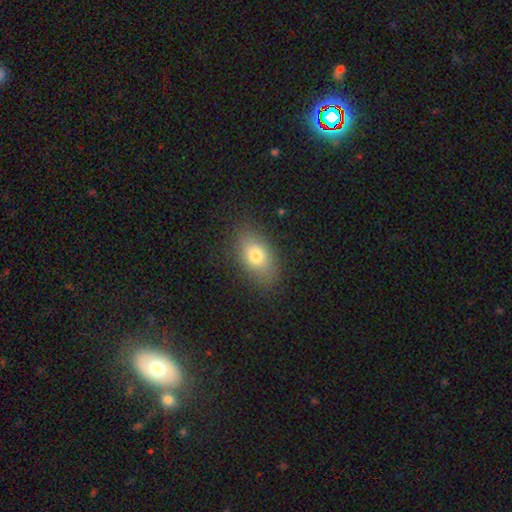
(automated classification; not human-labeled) This is likely a smooth galaxy (77%). How rounded: clearly in between (86%). Merging: clearly none (84%).